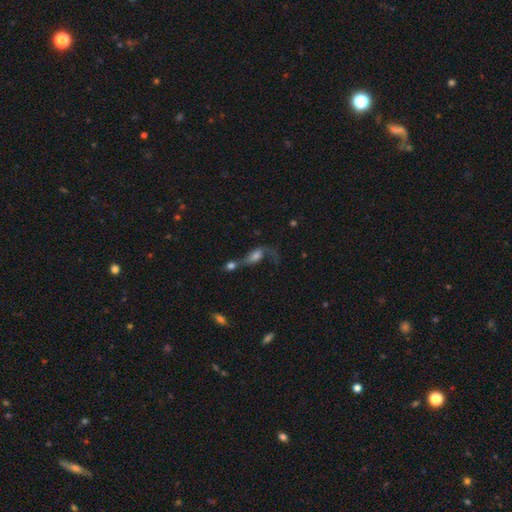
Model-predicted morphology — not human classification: smooth-or-featured: featured or disk: 45% | smooth: 41% | star or artifact: 14%
  merging: merger: 59% | none: 16% | major disturbance: 16% | minor disturbance: 8%